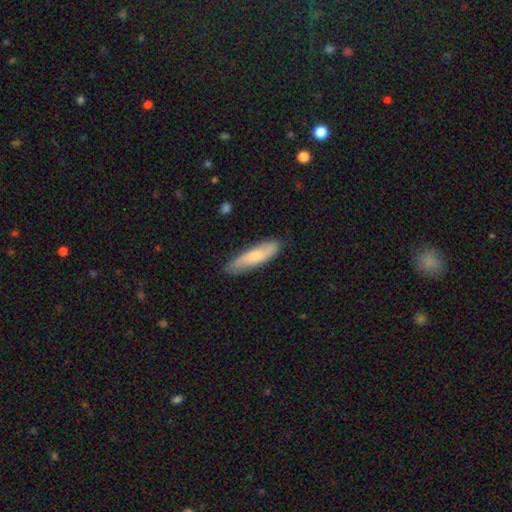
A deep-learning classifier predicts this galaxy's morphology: smooth 65%, featured or disk 29%, star or artifact 5%. Down the decision tree: how rounded — cigar-shaped (66%); merging — none (83%).